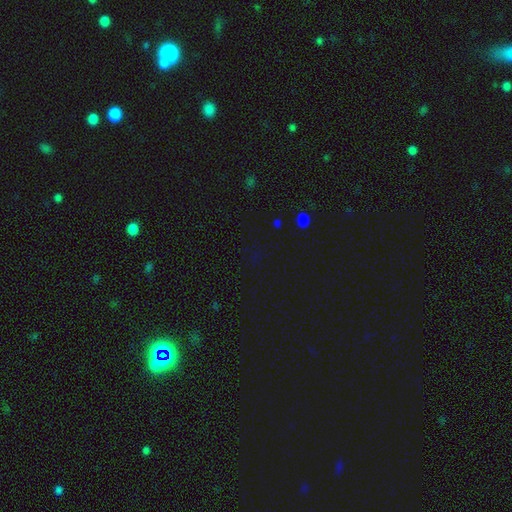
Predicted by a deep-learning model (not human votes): Smooth or featured: star or artifact — 68% (smooth — 26%)